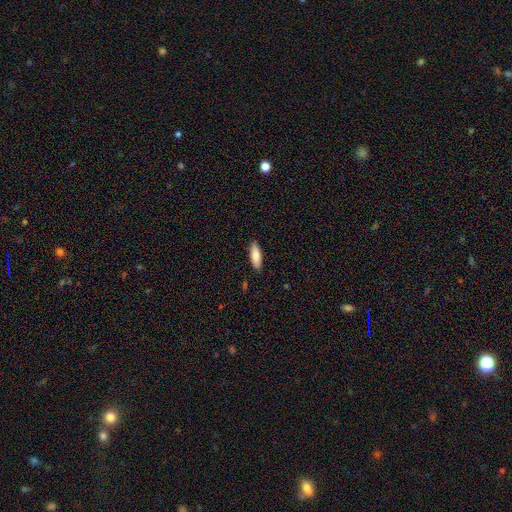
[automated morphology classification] Smooth or featured? Predicted: smooth (p=0.84). How rounded? Predicted: in between (p=0.56). Merging? Predicted: none (p=0.89).